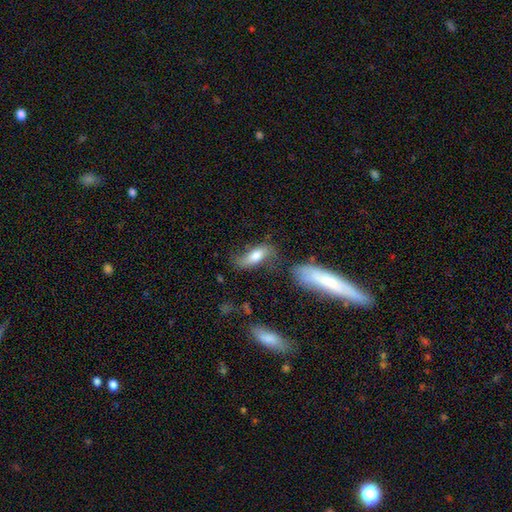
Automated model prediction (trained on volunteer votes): smooth-or-featured: smooth: 58% | featured or disk: 33% | star or artifact: 8%
  how-rounded: in between: 72% | cigar-shaped: 24% | round: 4%
  merging: none: 50% | minor disturbance: 25% | major disturbance: 14% | merger: 12%